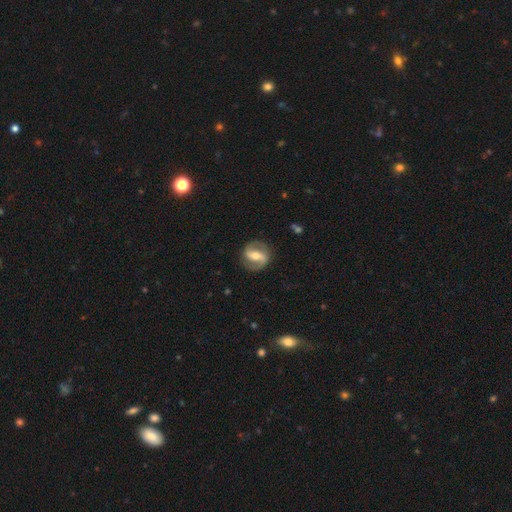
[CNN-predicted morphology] Smooth or featured? featured or disk (83%)
Edge-on disk? no (96%)
Bar? strong (50%)
Spiral arms? yes (91%)
Spiral winding? medium (48%)
Spiral arm count? 2 (91%)
Bulge size? moderate (62%)
Merging? none (85%)